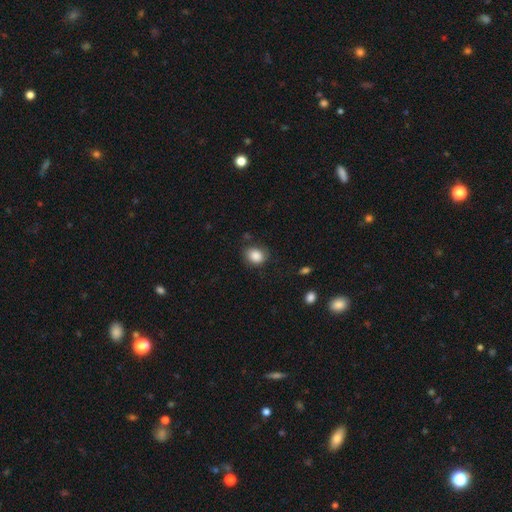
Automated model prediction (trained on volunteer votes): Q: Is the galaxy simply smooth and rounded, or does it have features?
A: smooth — 87%.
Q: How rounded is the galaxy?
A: round — 52%.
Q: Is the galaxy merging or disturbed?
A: none — 77%.